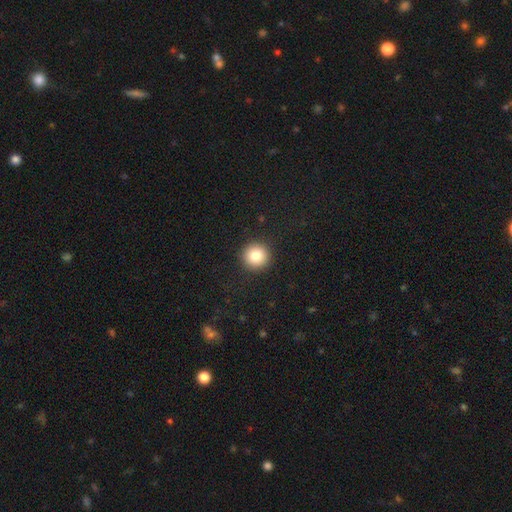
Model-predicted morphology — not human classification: A smooth galaxy with no disk features (82%) that is round (95%). Merging: none (92%).